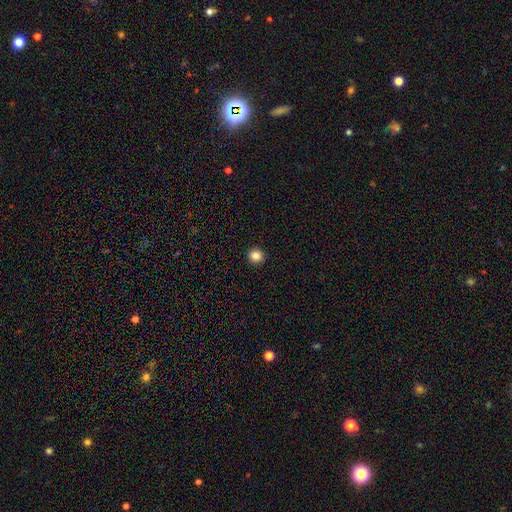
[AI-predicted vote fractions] smooth_or_featured: smooth (p=0.85) [alt: star or artifact p=0.11]
how_rounded: round (p=0.89) [alt: in between p=0.10]
merging: none (p=0.93) [alt: minor disturbance p=0.04]